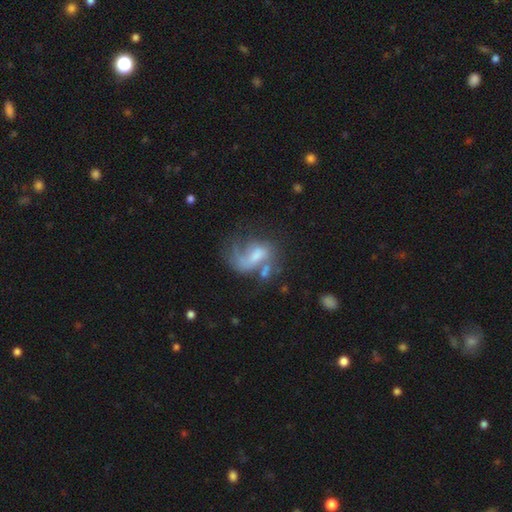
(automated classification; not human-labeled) This is likely a featured or disk galaxy (66%). It is clearly not viewed edge-on (97%). Bar: marginally no (43%, tied with weak). Spiral arm pattern: likely yes (77%). Central bulge: marginally moderate (35%). Merging: marginally major disturbance (37%).